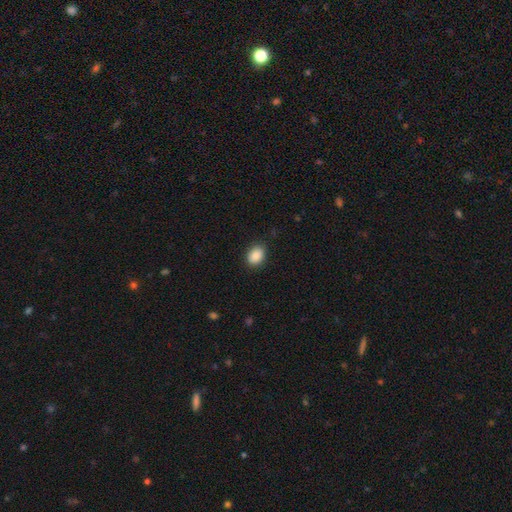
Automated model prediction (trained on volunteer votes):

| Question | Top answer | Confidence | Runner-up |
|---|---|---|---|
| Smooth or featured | smooth | 89% | star or artifact (8%) |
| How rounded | in between | 67% | round (32%) |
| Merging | none | 85% | minor disturbance (11%) |